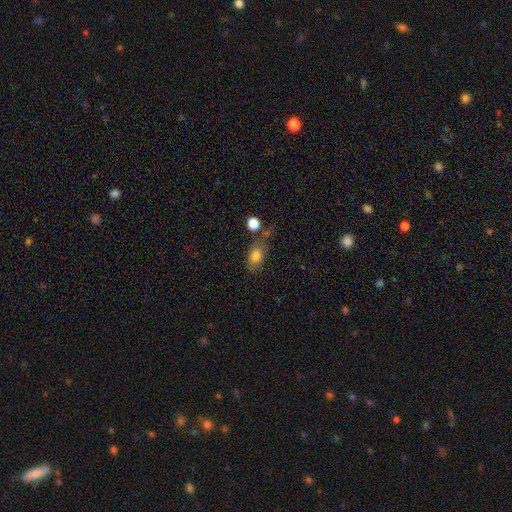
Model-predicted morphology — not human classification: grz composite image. It shows a smooth galaxy with no disk features (78%) that is in between round and cigar-shaped (82%). Merging: none (56%).